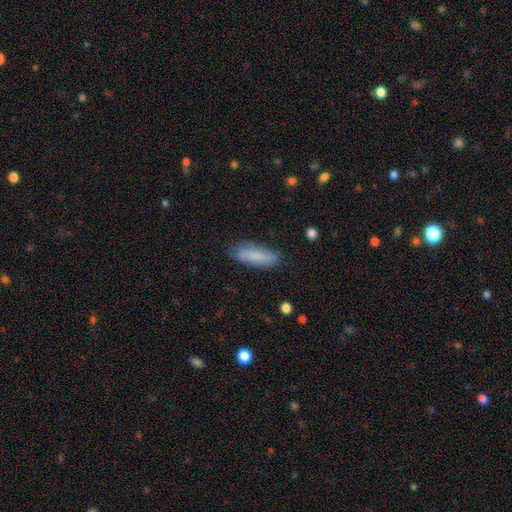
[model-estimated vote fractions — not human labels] Smooth or featured? smooth (76%)
How rounded? in between (50%)
Merging? none (80%)